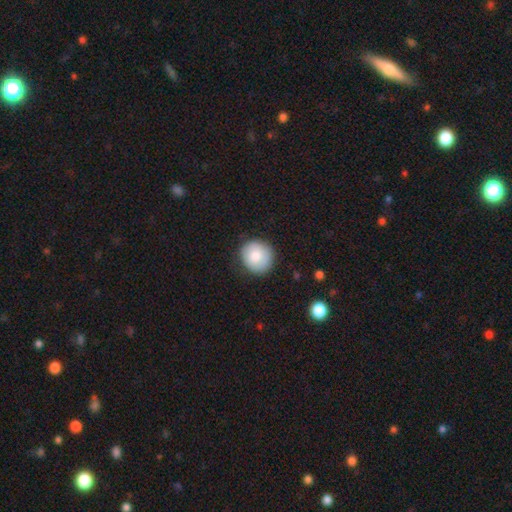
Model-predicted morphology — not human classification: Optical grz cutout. It shows a smooth galaxy with no disk features (82%) that is round (90%). Merging: none (85%).